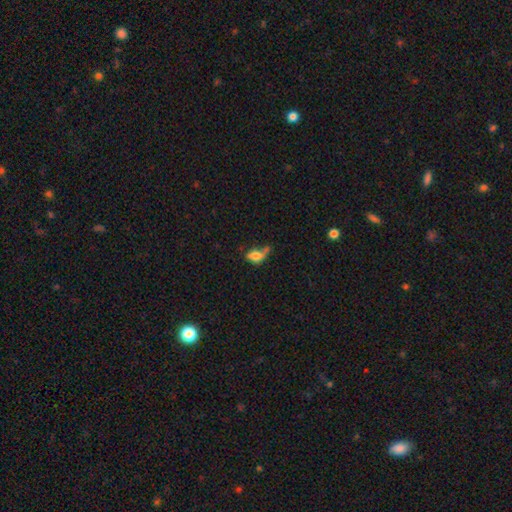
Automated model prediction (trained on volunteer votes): Smooth or featured? smooth (71%)
How rounded? in between (82%)
Merging? major disturbance (27%, tied with none)